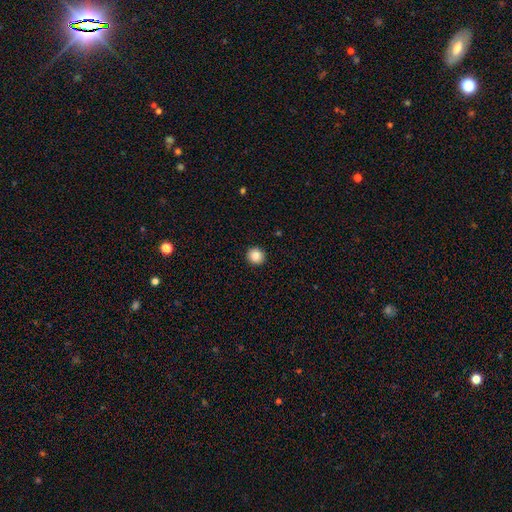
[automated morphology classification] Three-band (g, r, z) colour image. It shows a smooth galaxy with no disk features (86%) that is round (92%). Merging: none (93%).